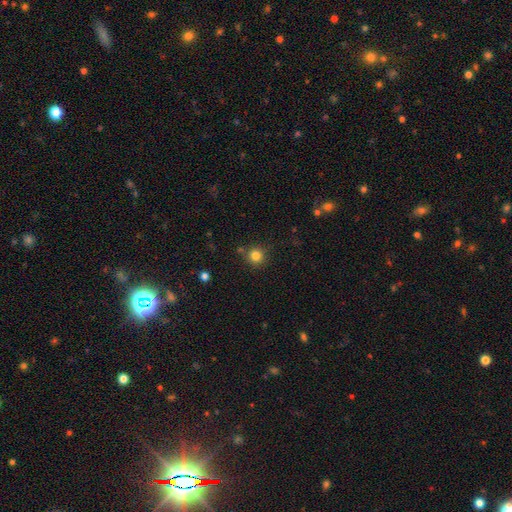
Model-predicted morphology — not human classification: This is clearly a smooth galaxy (82%). How rounded: clearly round (94%). Merging: clearly none (83%).